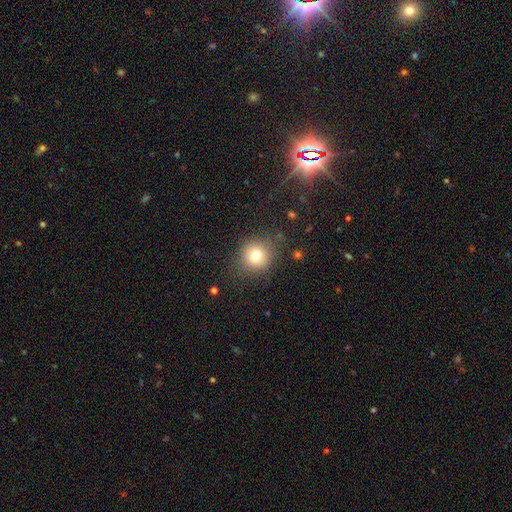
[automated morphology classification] Smooth or featured: smooth — 78% (star or artifact — 12%)
How rounded: round — 85% (in between — 14%)
Merging: none — 82% (minor disturbance — 11%)